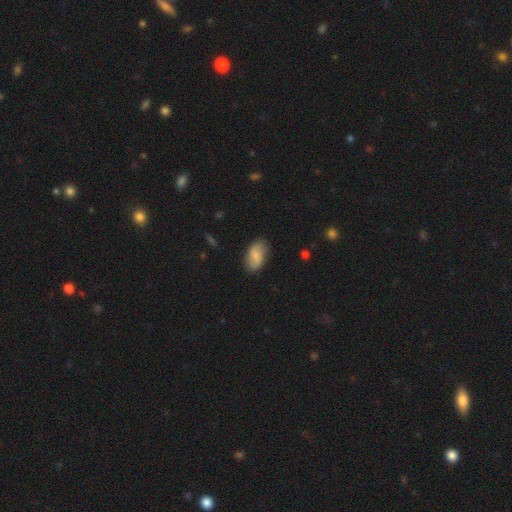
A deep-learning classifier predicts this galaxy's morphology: A smooth galaxy with no disk features (69%) that is in between round and cigar-shaped (93%). Merging: none (79%).